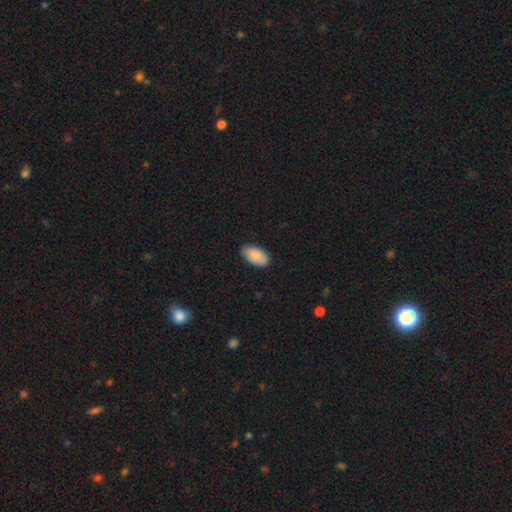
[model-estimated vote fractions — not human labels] This is clearly a smooth galaxy (88%). How rounded: clearly in between (96%). Merging: clearly none (84%).